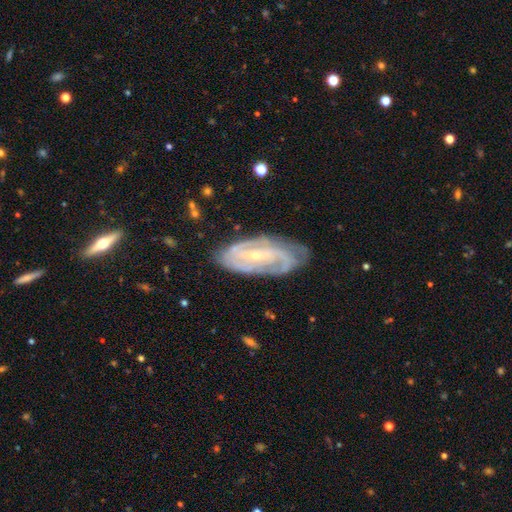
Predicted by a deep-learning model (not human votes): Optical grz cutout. It shows a featured or disk galaxy (84%) with a weak bar (40%), 2 (48%) tight (53%) spiral arms (93%) and a small central bulge (76%). Merging: none (71%).